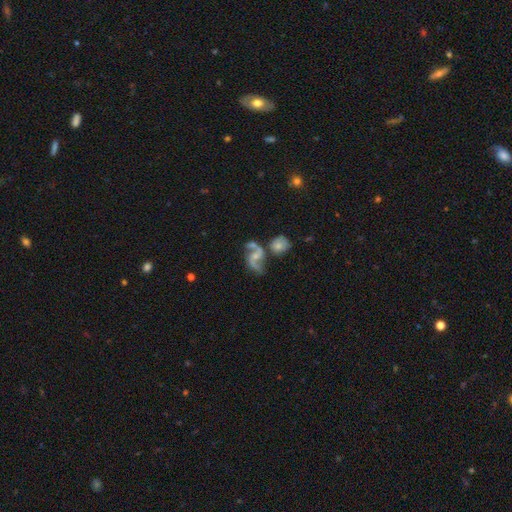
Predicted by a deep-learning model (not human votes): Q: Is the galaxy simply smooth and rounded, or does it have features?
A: featured or disk — 84%.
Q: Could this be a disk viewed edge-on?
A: no — 98%.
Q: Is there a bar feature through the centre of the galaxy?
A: no — 43%, tied with weak.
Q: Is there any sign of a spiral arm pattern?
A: yes — 95%.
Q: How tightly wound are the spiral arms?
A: loose — 62%.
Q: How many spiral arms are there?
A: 2 — 91%.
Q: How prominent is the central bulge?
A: small — 46%.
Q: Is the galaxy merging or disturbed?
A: none — 41%.